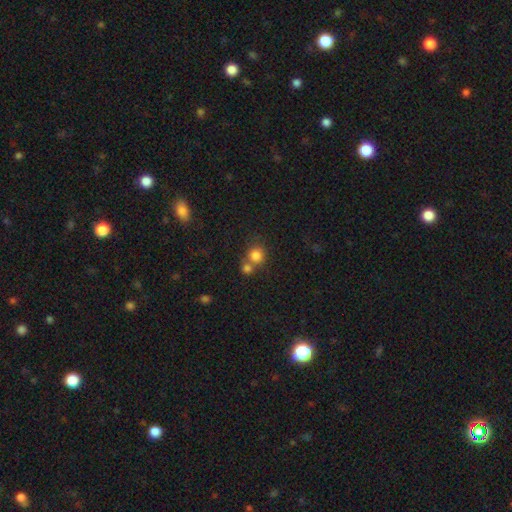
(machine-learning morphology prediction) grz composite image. It shows a smooth galaxy with no disk features (81%) that is round (86%). Merging: none (48%).